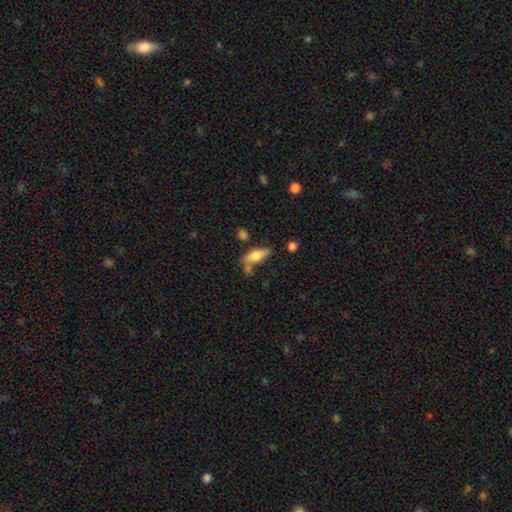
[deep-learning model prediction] Overall: smooth (69%). How rounded: in between (73%). Merging: none (52%; minor disturbance 22%).